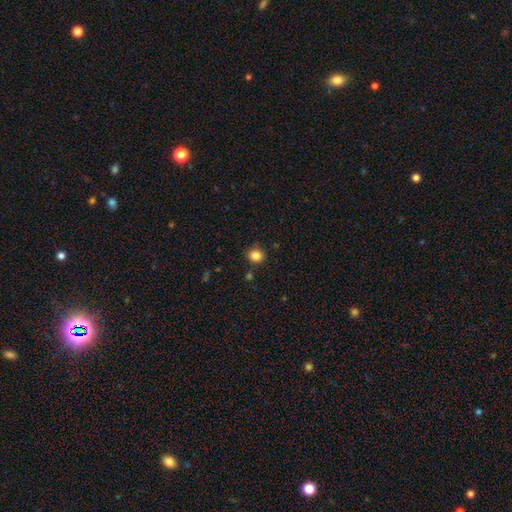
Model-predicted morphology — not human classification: Smooth or featured? Predicted: smooth (p=0.84). How rounded? Predicted: round (p=0.86). Merging? Predicted: none (p=0.85).